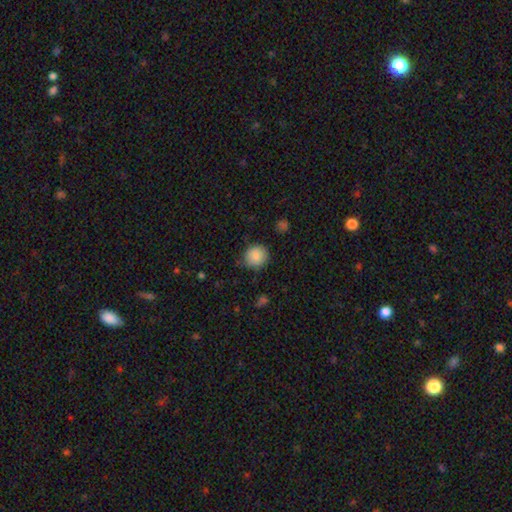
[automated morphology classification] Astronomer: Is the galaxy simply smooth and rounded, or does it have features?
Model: smooth — 86%.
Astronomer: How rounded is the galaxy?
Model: round — 85%.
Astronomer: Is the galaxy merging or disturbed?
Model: none — 79%.